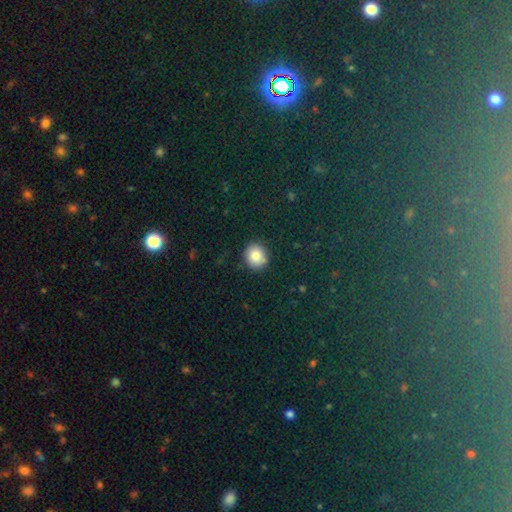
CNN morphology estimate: Smooth or featured?
  - smooth: 83% *
  - star or artifact: 10%
  - featured or disk: 7%
How rounded?
  - round: 76% *
  - in between: 23%
  - cigar-shaped: 1%
Merging?
  - none: 84% *
  - minor disturbance: 11%
  - major disturbance: 3%
  - merger: 2%